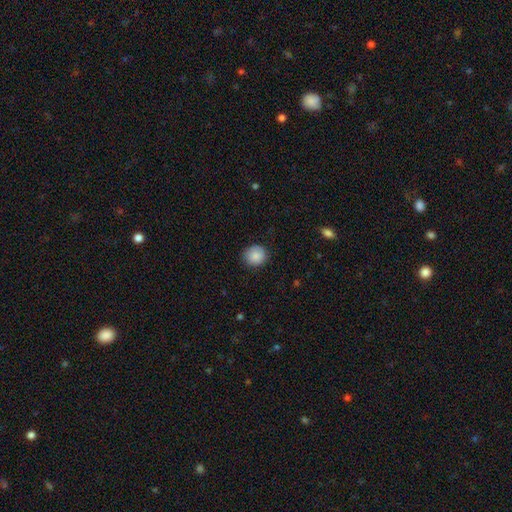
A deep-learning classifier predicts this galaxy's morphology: The model was most divided on "merging": none: 86%, minor disturbance: 11%, major disturbance: 2%, merger: 1%. More confident: how rounded — round (89%); smooth or featured — smooth (87%).